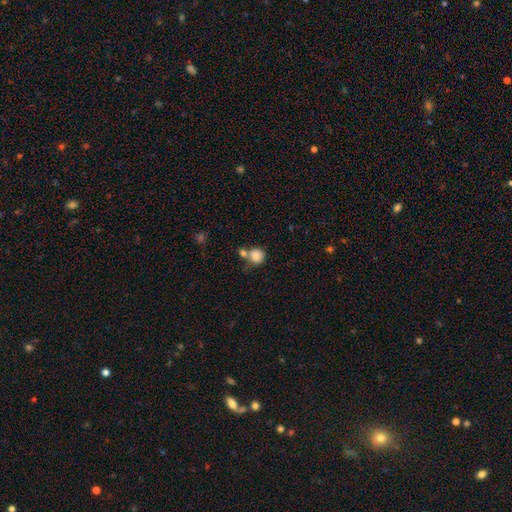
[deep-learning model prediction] Smooth or featured? smooth (82%)
How rounded? round (86%)
Merging? none (48%)